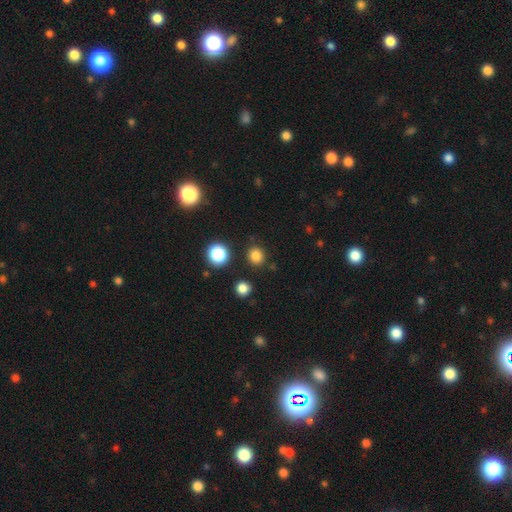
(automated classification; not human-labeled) Smooth or featured? smooth (81%)
How rounded? round (83%)
Merging? none (87%)